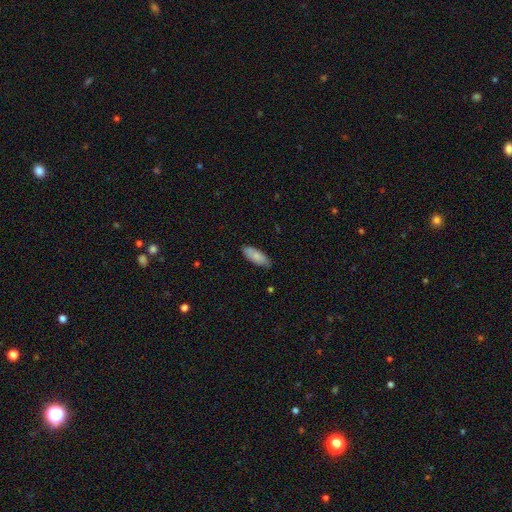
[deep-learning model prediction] This appears to be a smooth galaxy with no disk features (81%) that is in between round and cigar-shaped (76%). Merging: none (82%).